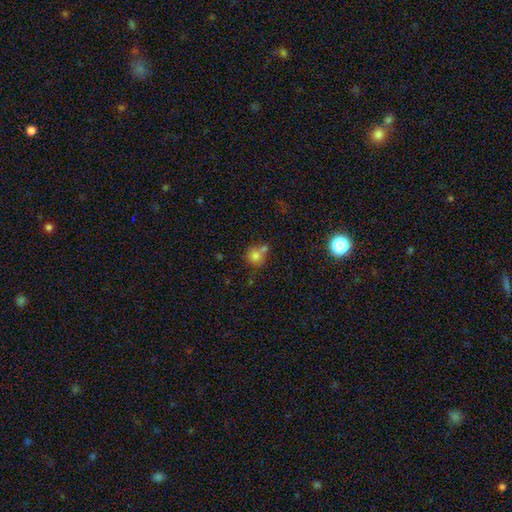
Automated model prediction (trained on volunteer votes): The model was most divided on "merging": none: 48%, merger: 36%, minor disturbance: 11%, major disturbance: 4%. More confident: how rounded — round (85%); smooth or featured — smooth (76%).